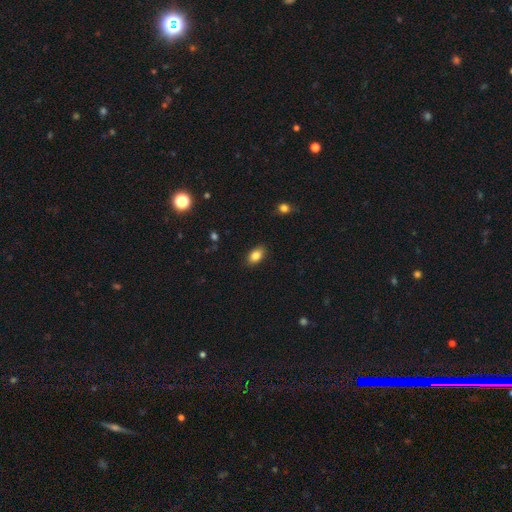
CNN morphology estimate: smooth_or_featured: smooth (p=0.85) [alt: star or artifact p=0.09]
how_rounded: in between (p=0.87) [alt: round p=0.11]
merging: none (p=0.86) [alt: minor disturbance p=0.10]